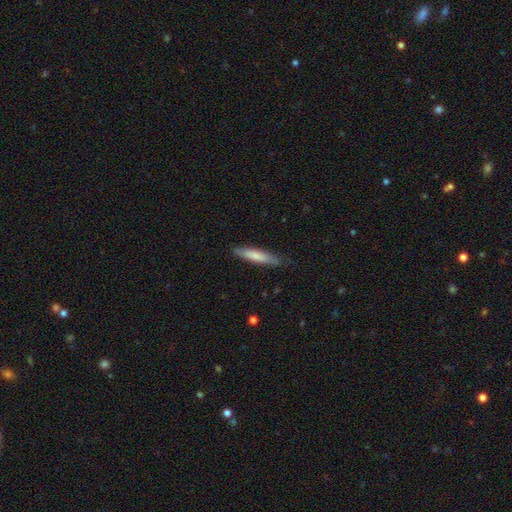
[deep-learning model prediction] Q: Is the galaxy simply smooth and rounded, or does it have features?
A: smooth — 71%.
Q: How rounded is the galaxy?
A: cigar-shaped — 90%.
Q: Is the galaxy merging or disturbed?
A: none — 83%.